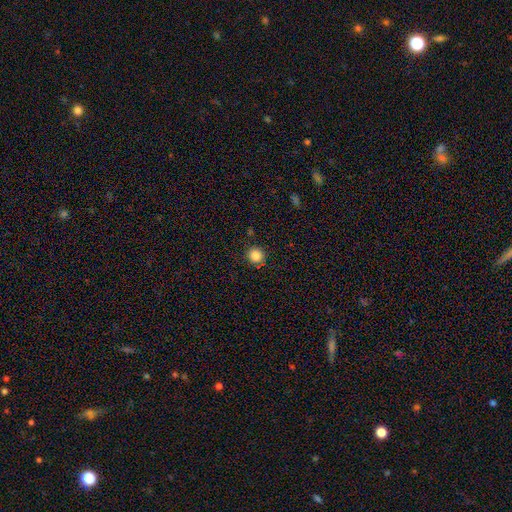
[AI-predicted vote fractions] smooth_or_featured: smooth (p=0.85) [alt: star or artifact p=0.11]
how_rounded: round (p=0.93) [alt: in between p=0.06]
merging: none (p=0.89) [alt: minor disturbance p=0.06]